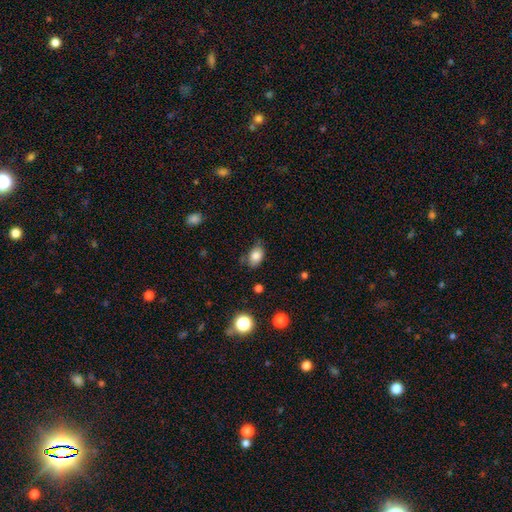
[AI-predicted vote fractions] Smooth or featured: smooth — 82% (star or artifact — 9%)
How rounded: in between — 81% (round — 17%)
Merging: none — 64% (minor disturbance — 27%)